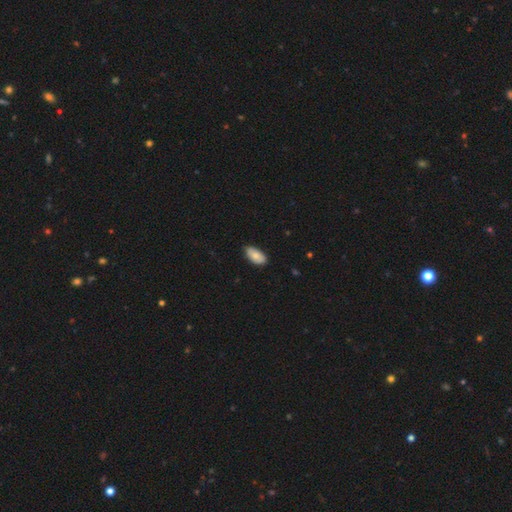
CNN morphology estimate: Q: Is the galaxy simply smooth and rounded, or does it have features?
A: smooth — 77%.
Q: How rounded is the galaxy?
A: in between — 94%.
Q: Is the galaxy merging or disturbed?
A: none — 79%.